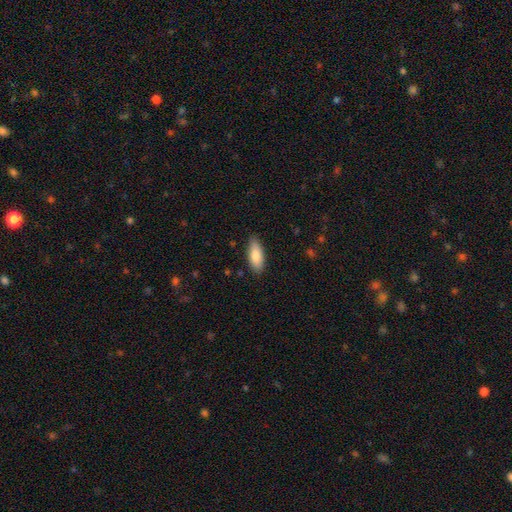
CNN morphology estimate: Smooth or featured: smooth — 83% (featured or disk — 11%)
How rounded: in between — 76% (cigar-shaped — 23%)
Merging: none — 85% (minor disturbance — 12%)